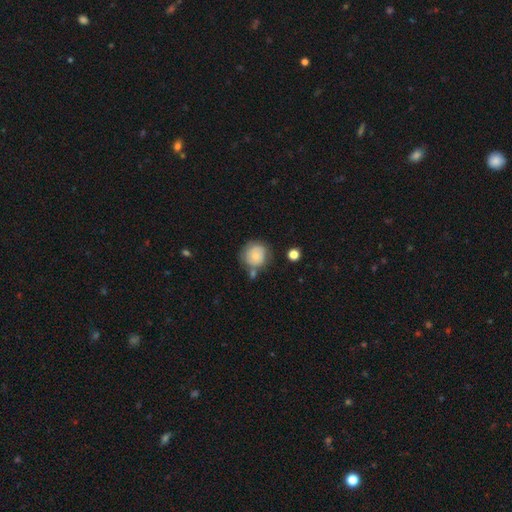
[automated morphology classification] smooth_or_featured: smooth (p=0.69) [alt: featured or disk p=0.23]
how_rounded: round (p=0.89) [alt: in between p=0.10]
merging: none (p=0.62) [alt: minor disturbance p=0.21]